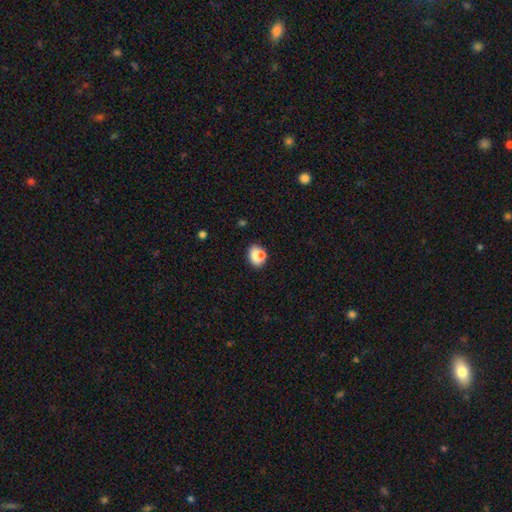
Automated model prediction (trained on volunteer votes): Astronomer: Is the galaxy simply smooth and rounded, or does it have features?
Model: smooth — 75%.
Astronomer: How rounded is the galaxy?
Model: in between — 61% (runner-up: round, 38%).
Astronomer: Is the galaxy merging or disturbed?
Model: none — 56%.